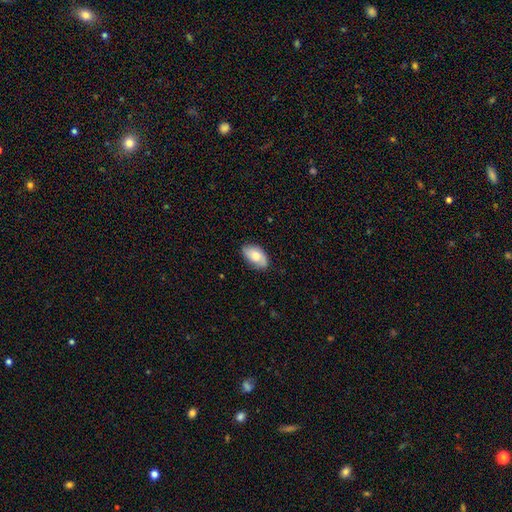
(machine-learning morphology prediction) smooth 68%, featured or disk 26%, star or artifact 7%. Down the decision tree: how rounded — in between (93%); merging — none (78%).